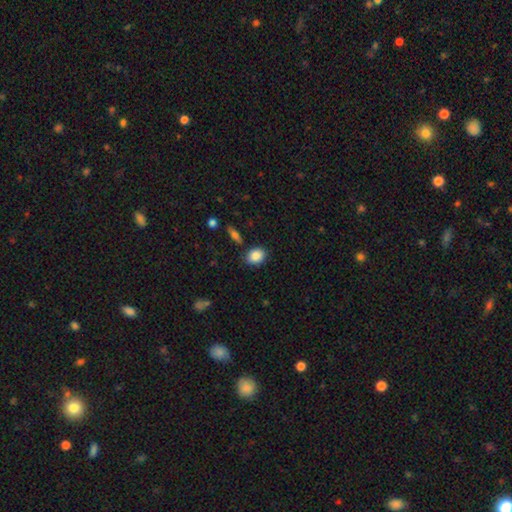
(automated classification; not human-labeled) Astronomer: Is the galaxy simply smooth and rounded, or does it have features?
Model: smooth — 87%.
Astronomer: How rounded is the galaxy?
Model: in between — 53% (runner-up: round, 45%).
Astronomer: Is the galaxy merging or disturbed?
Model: none — 83%.